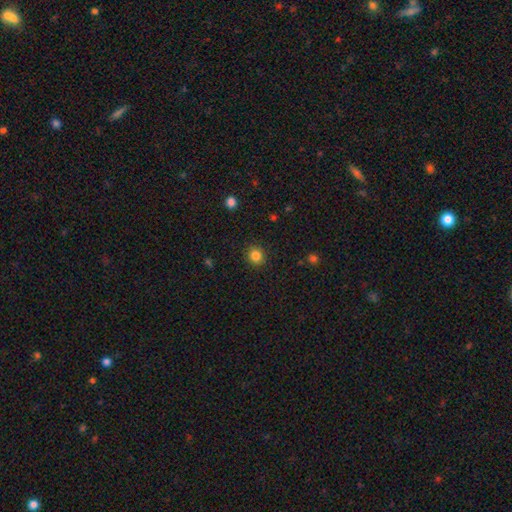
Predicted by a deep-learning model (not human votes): Q: Smooth or featured?
A: smooth (84%); runner-up: star or artifact (12%)
Q: How rounded?
A: round (88%); runner-up: in between (11%)
Q: Merging?
A: none (91%); runner-up: minor disturbance (6%)